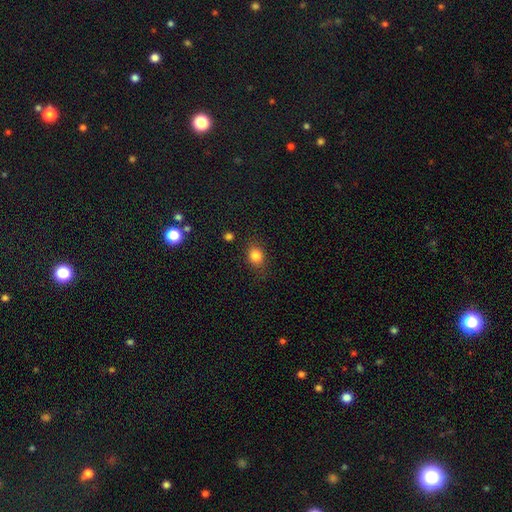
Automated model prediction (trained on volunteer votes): Morphology: type=smooth (83%); roundness=round (58%); merging=none (79%).